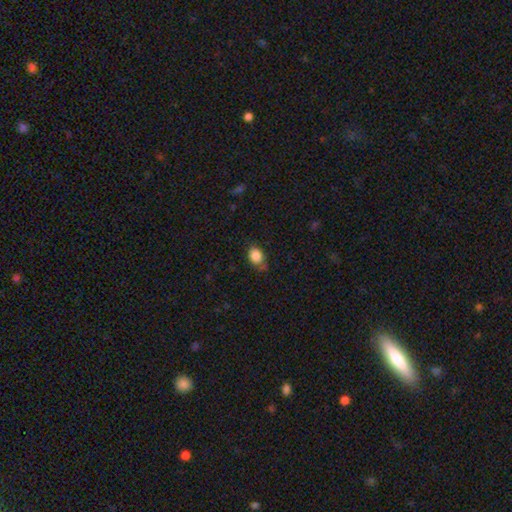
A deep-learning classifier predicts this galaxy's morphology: smooth-or-featured: smooth: 86% | star or artifact: 9% | featured or disk: 4%
  how-rounded: in between: 56% | round: 43% | cigar-shaped: 1%
  merging: none: 70% | minor disturbance: 21% | major disturbance: 5% | merger: 4%